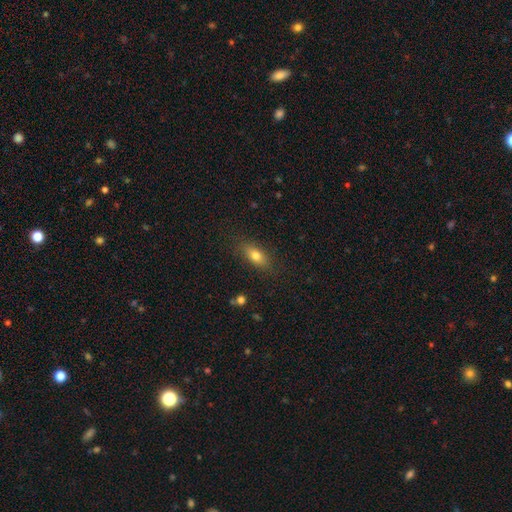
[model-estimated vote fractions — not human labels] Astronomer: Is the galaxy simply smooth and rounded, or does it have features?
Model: smooth — 76%.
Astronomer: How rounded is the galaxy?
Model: in between — 77%.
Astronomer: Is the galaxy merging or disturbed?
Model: none — 83%.